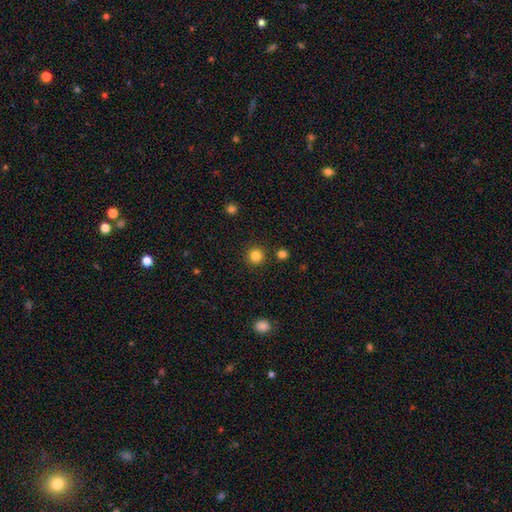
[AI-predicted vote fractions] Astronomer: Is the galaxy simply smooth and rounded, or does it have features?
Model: smooth — 83%.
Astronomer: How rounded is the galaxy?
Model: round — 95%.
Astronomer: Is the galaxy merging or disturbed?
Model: none — 90%.